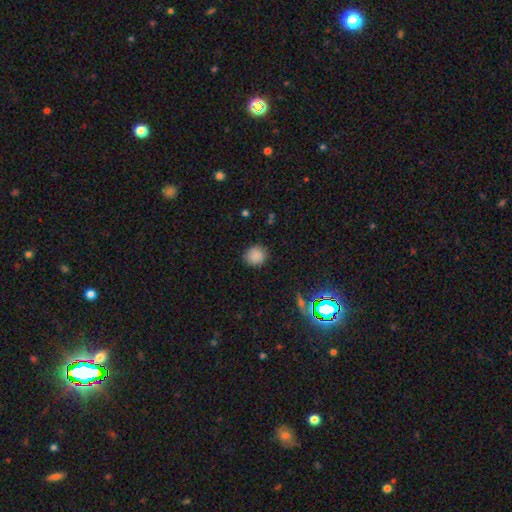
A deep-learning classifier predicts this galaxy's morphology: Smooth or featured?
  - smooth: 85% *
  - star or artifact: 11%
  - featured or disk: 4%
How rounded?
  - round: 89% *
  - in between: 10%
  - cigar-shaped: 1%
Merging?
  - none: 87% *
  - minor disturbance: 9%
  - major disturbance: 3%
  - merger: 1%